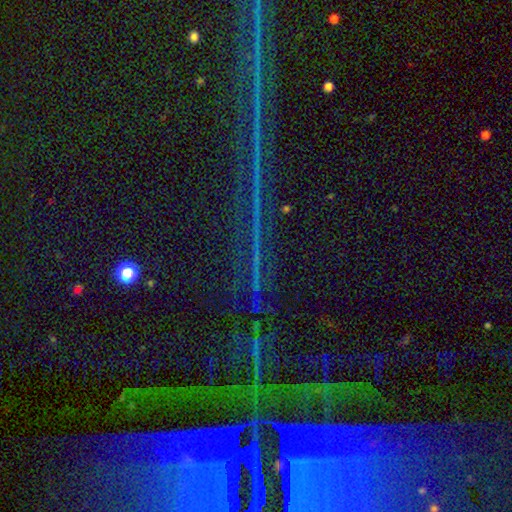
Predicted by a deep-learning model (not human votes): Smooth or featured? star or artifact (86%)